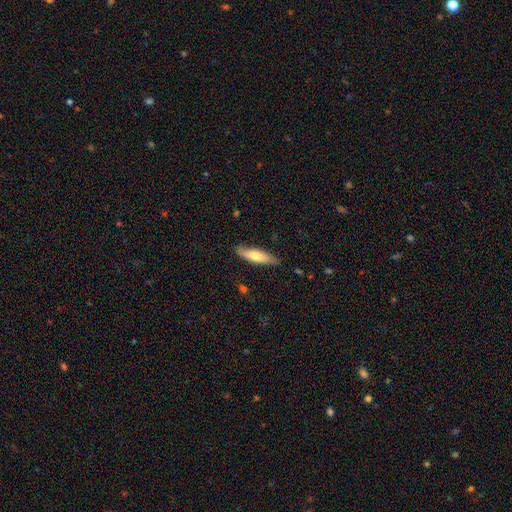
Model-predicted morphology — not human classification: A smooth galaxy with no disk features (62%) that is cigar-shaped (63%). Merging: none (80%).